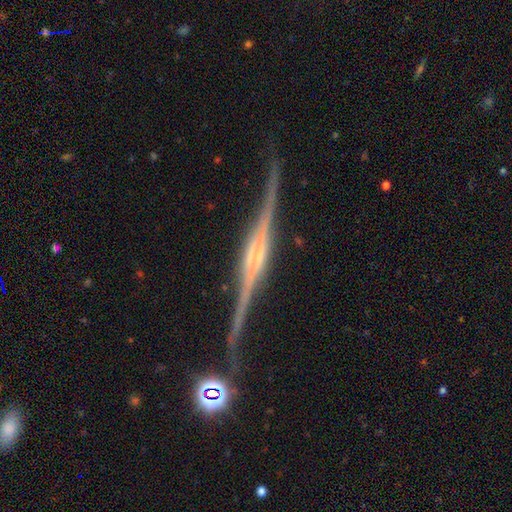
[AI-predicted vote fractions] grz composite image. It shows a featured or disk galaxy (90%) viewed edge-on (98%) with a rounded central bulge (47%). Merging: none (84%).